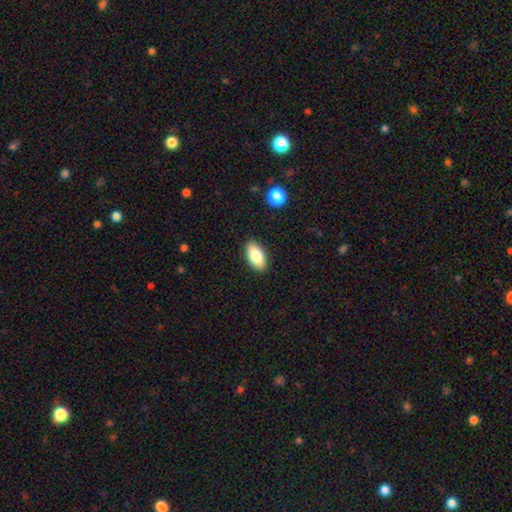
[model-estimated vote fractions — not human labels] smooth 80%, featured or disk 14%, star or artifact 7%. Down the decision tree: how rounded — in between (92%); merging — none (89%).